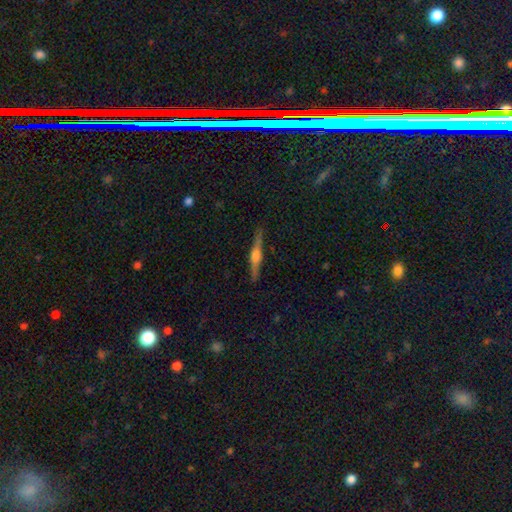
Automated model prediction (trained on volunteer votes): Smooth or featured: featured or disk — 72% (smooth — 22%)
Edge-on disk: yes — 98% (no — 2%)
Edge-on bulge: rounded — 84% (boxy — 12%)
Merging: none — 89% (minor disturbance — 8%)